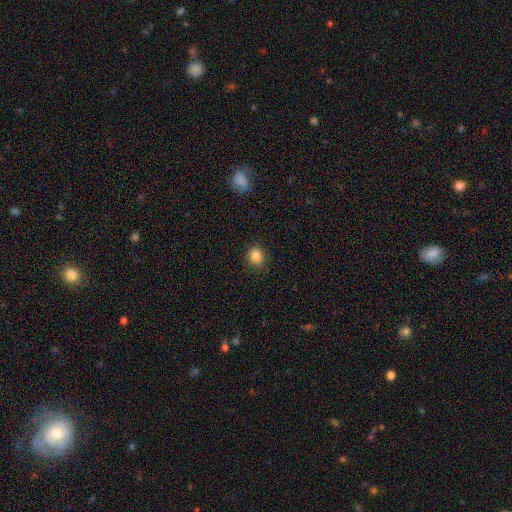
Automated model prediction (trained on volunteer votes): Q: Smooth or featured?
A: smooth (85%); runner-up: star or artifact (10%)
Q: How rounded?
A: round (66%); runner-up: in between (34%)
Q: Merging?
A: none (87%); runner-up: minor disturbance (10%)